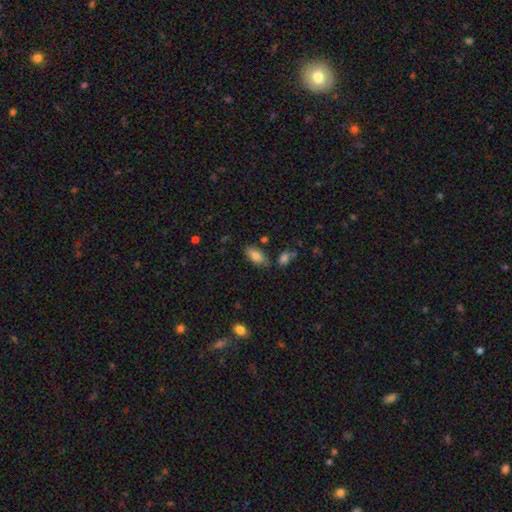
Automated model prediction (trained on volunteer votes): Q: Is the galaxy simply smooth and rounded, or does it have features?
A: smooth — 81%.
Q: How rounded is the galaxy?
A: in between — 90%.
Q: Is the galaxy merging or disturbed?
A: none — 77%.